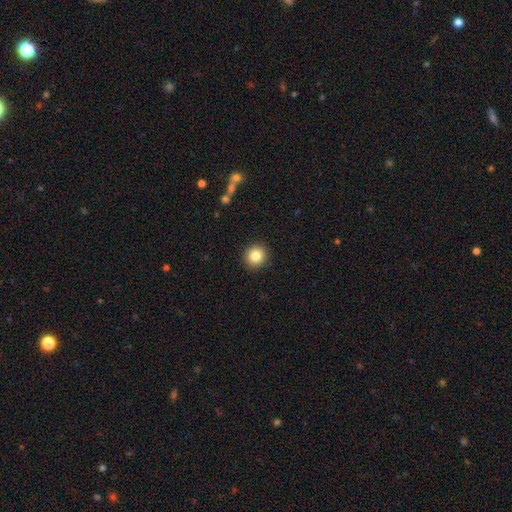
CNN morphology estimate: Smooth or featured: smooth — 84% (star or artifact — 10%)
How rounded: round — 92% (in between — 7%)
Merging: none — 92% (minor disturbance — 5%)